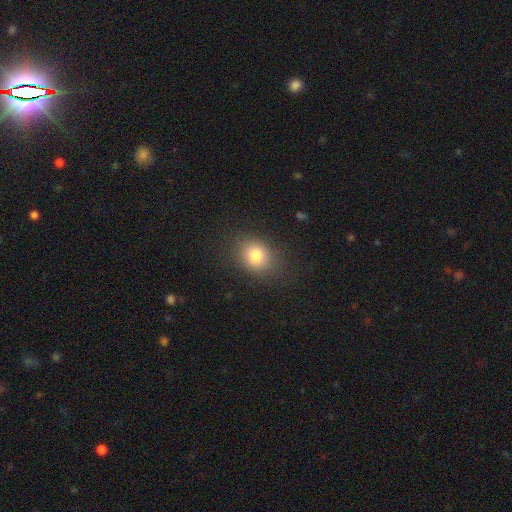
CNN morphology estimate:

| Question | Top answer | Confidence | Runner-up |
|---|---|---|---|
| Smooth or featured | smooth | 80% | star or artifact (12%) |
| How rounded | round | 54% | in between (45%) |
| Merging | none | 83% | minor disturbance (11%) |